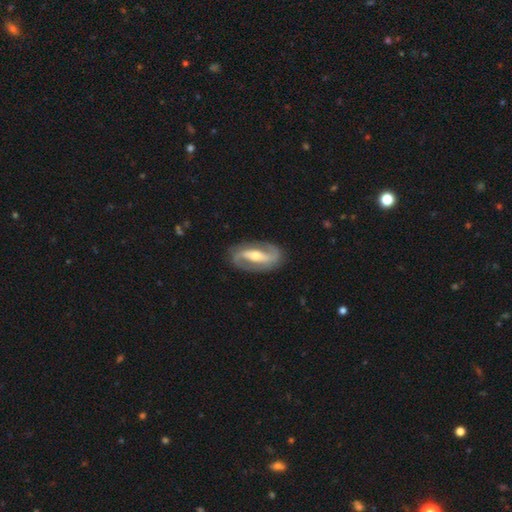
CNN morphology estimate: This is clearly a featured or disk galaxy (87%). It is clearly not viewed edge-on (94%). Bar: possibly strong (59%). Spiral arm pattern: clearly yes (92%). Spiral arm count: clearly 2 (91%). Spiral winding: marginally medium (44%). Central bulge: likely moderate (62%). Merging: clearly none (85%).